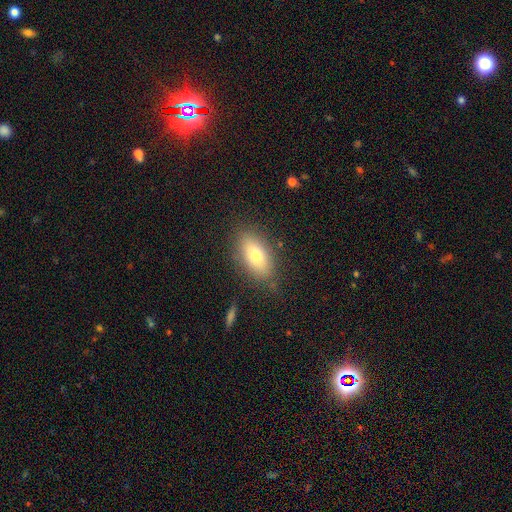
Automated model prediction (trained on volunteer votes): This is likely a smooth galaxy (74%). How rounded: clearly in between (88%). Merging: clearly none (81%).